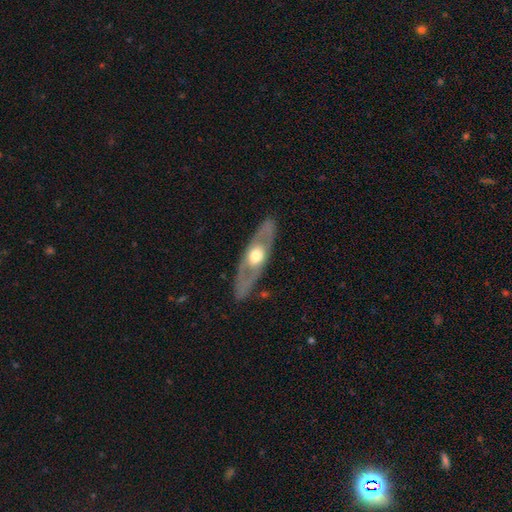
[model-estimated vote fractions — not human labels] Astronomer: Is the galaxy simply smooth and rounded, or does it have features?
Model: featured or disk — 66%.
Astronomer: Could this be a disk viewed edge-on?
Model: yes — 51% (runner-up: no, 49%).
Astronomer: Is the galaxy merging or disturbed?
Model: none — 85%.